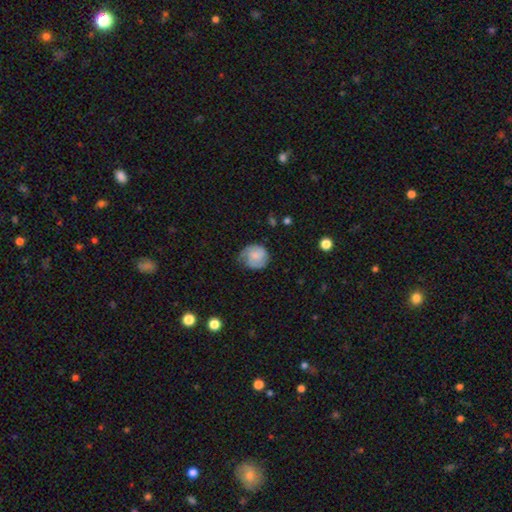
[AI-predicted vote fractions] smooth_or_featured: smooth (p=0.54) [alt: featured or disk p=0.39]
how_rounded: round (p=0.81) [alt: in between p=0.18]
merging: none (p=0.55) [alt: minor disturbance p=0.31]